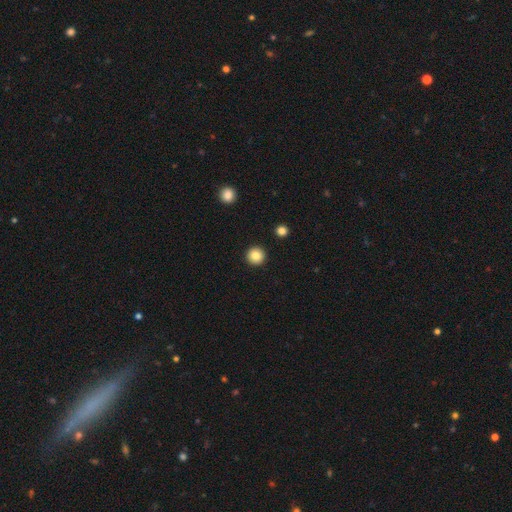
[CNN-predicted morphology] A smooth galaxy with no disk features (86%) that is round (96%).

Vote fractions:
- Smooth or featured? smooth: 86% / star or artifact: 9% / featured or disk: 5%
- How rounded? round: 96% / in between: 3% / cigar-shaped: 1%
- Merging? none: 93% / minor disturbance: 4% / major disturbance: 2% / merger: 1%